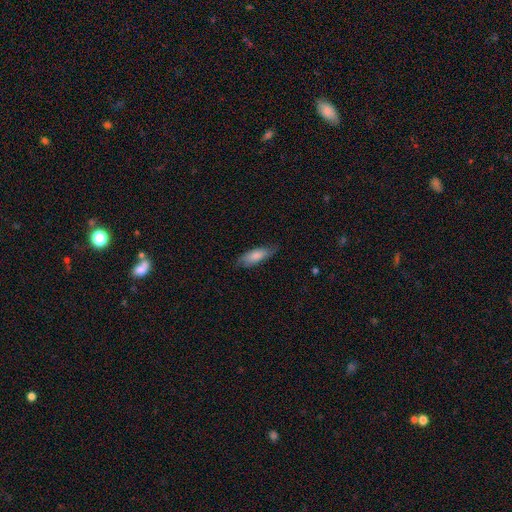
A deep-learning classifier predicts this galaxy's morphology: type=smooth (76%); roundness=in between (64%); merging=none (73%).